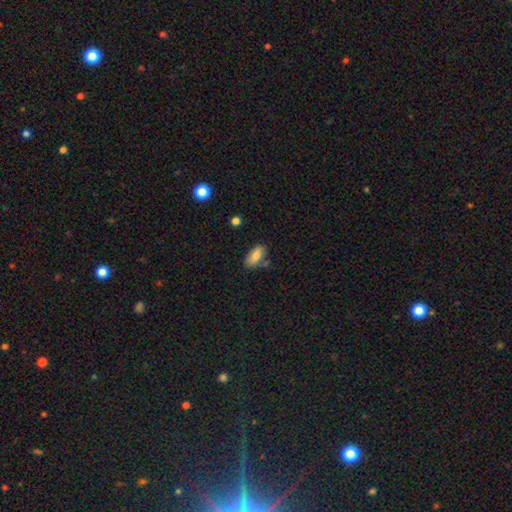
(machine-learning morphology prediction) Smooth or featured? smooth (79%)
How rounded? in between (88%)
Merging? none (71%)